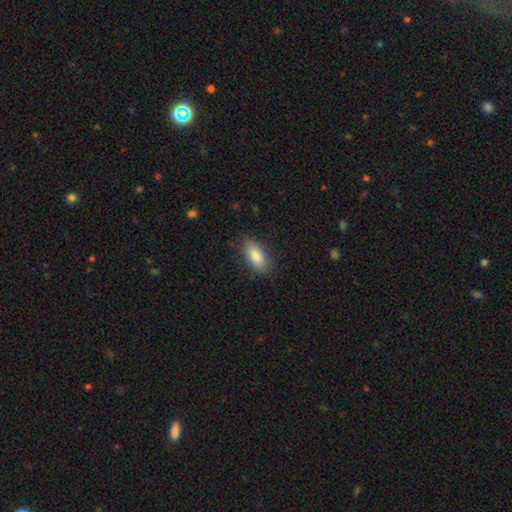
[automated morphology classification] smooth_or_featured: smooth (p=0.82) [alt: featured or disk p=0.11]
how_rounded: in between (p=0.86) [alt: cigar-shaped p=0.10]
merging: none (p=0.86) [alt: minor disturbance p=0.11]